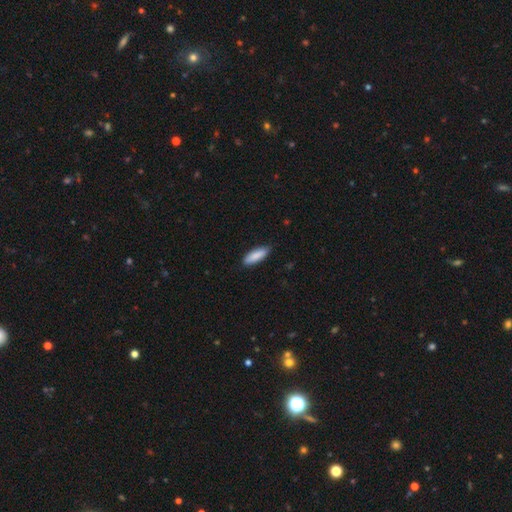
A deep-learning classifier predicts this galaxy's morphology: Smooth or featured?
  - smooth: 88% *
  - featured or disk: 7%
  - star or artifact: 5%
How rounded?
  - in between: 59% *
  - cigar-shaped: 40%
  - round: 1%
Merging?
  - none: 86% *
  - minor disturbance: 11%
  - major disturbance: 2%
  - merger: 1%